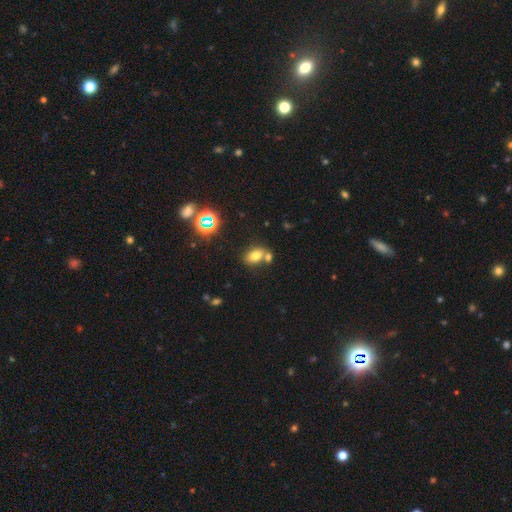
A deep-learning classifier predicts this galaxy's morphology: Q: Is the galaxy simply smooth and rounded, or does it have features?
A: smooth — 73%.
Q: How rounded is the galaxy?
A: in between — 80%.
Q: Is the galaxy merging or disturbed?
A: none — 53%.